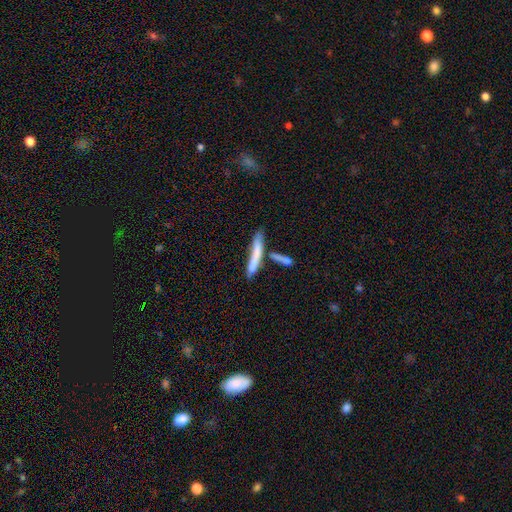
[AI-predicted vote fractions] This appears to be a smooth galaxy with no disk features (65%) that is cigar-shaped (91%). Merging: none (48%).